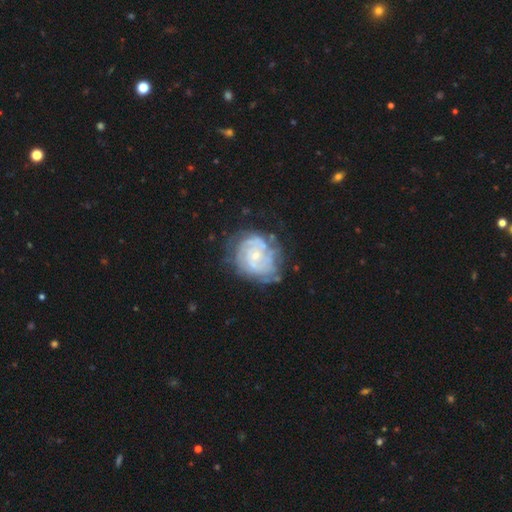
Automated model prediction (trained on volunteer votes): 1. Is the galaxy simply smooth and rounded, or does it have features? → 80% featured or disk, 13% smooth, 6% star or artifact.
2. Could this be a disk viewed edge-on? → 98% no, 2% yes.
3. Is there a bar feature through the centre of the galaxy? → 73% no, 23% weak, 4% strong.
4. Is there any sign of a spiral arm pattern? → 87% yes, 13% no.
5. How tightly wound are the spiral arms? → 70% tight, 23% medium, 7% loose.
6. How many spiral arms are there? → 43% can't tell, 24% 2, 14% 3, 8% 4, 5% more than 4, 5% 1.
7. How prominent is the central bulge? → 71% small, 24% moderate, 2% none, 1% large, 1% dominant.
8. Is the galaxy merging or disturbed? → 66% none, 21% minor disturbance, 11% major disturbance, 3% merger.